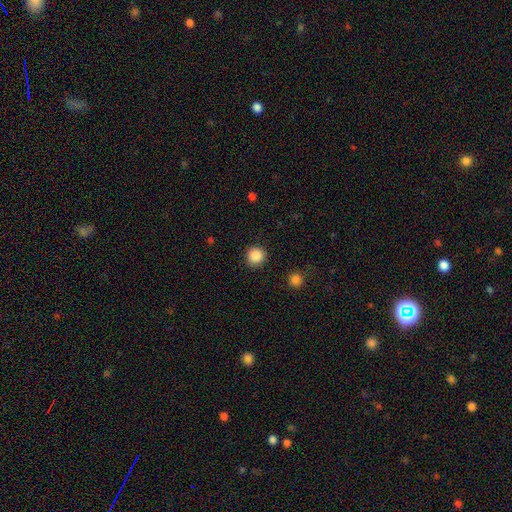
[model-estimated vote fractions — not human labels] A smooth galaxy with no disk features (87%) that is round (94%).

Vote fractions:
- Smooth or featured? smooth: 87% / star or artifact: 10% / featured or disk: 3%
- How rounded? round: 94% / in between: 5% / cigar-shaped: 1%
- Merging? none: 90% / minor disturbance: 6% / major disturbance: 2% / merger: 1%